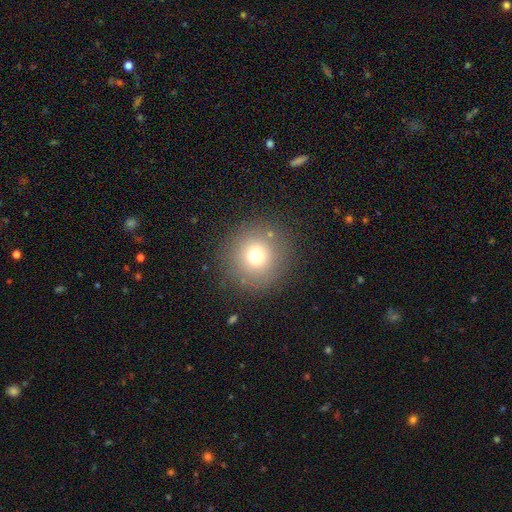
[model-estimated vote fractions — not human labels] The model was most divided on "smooth or featured": smooth: 71%, star or artifact: 16%, featured or disk: 13%. More confident: how rounded — round (95%); merging — none (86%).